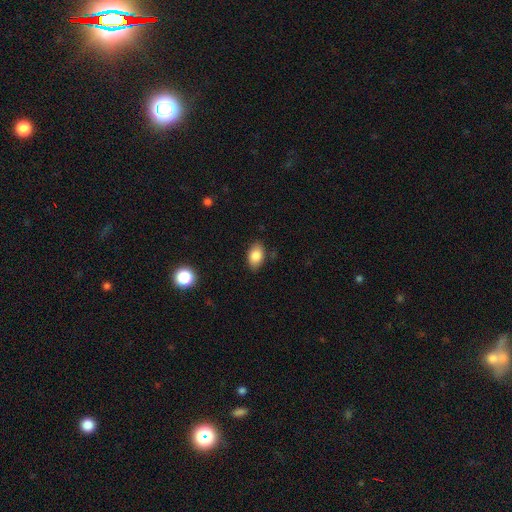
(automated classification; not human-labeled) This appears to be a smooth galaxy with no disk features (85%) that is in between round and cigar-shaped (89%). Merging: none (83%).